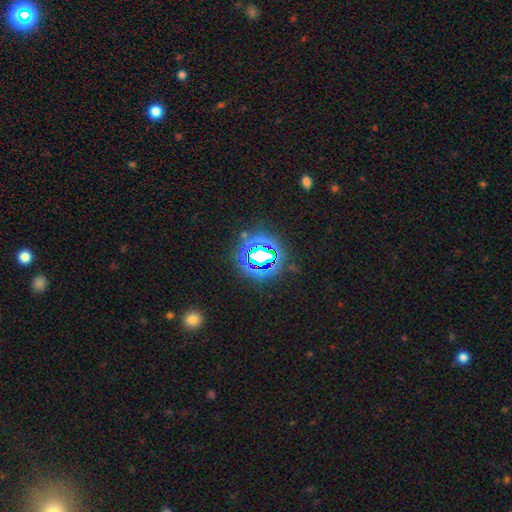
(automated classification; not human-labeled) This is likely a star or artifact rather than a galaxy (71%).